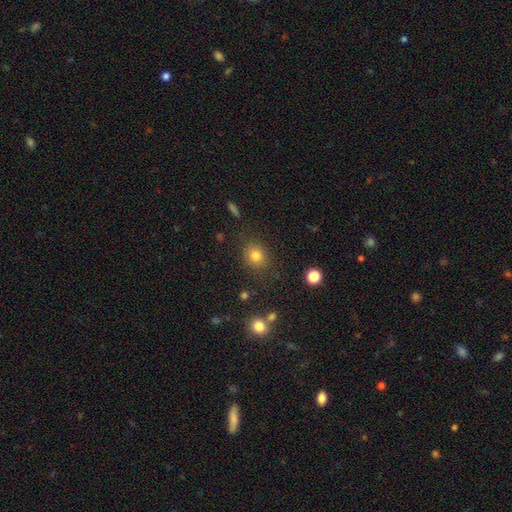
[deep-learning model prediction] smooth 80%, star or artifact 13%, featured or disk 7%. Down the decision tree: how rounded — round (78%); merging — none (83%).